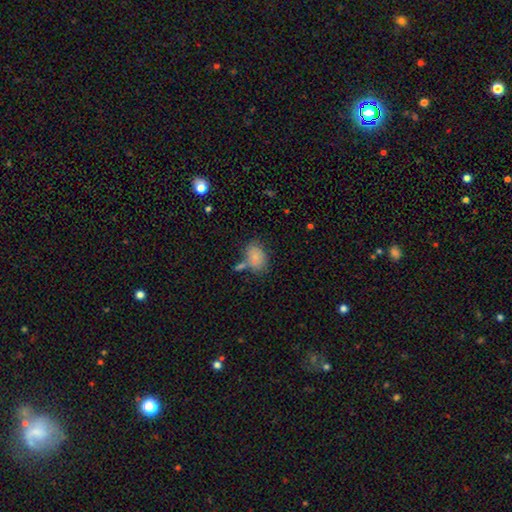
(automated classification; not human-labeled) smooth_or_featured: smooth (p=0.79) [alt: featured or disk p=0.11]
how_rounded: in between (p=0.80) [alt: round p=0.18]
merging: none (p=0.52) [alt: minor disturbance p=0.20]